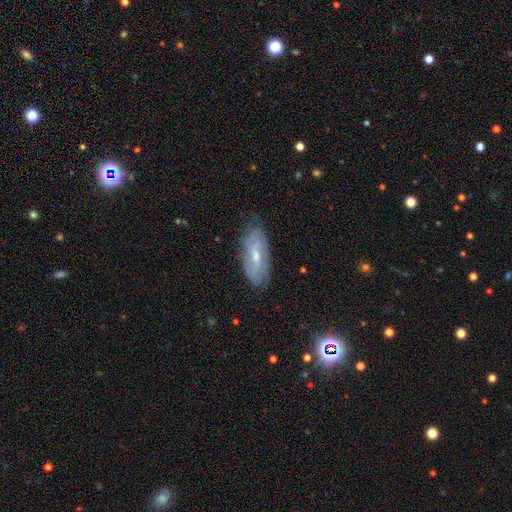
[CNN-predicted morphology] Smooth or featured?
  - featured or disk: 63% *
  - smooth: 28%
  - star or artifact: 9%
Edge-on disk?
  - no: 84% *
  - yes: 16%
Bar?
  - weak: 50% *
  - no: 31%
  - strong: 19%
Spiral arms?
  - yes: 73% *
  - no: 27%
Bulge size?
  - moderate: 50% *
  - small: 44%
  - none: 2%
  - large: 2%
  - dominant: 1%
Merging?
  - none: 76% *
  - minor disturbance: 18%
  - major disturbance: 4%
  - merger: 1%